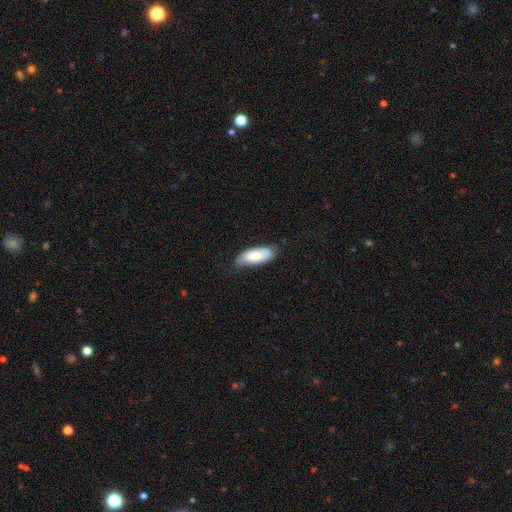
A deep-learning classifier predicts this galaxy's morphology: The model was most divided on "merging": none: 67%, minor disturbance: 27%, major disturbance: 5%, merger: 1%. More confident: smooth or featured — smooth (80%); how rounded — in between (78%).